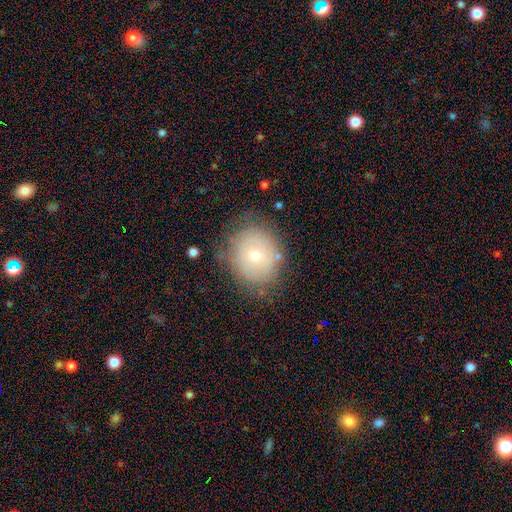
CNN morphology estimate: smooth-or-featured: smooth: 63% | featured or disk: 27% | star or artifact: 10%
  how-rounded: round: 65% | in between: 34% | cigar-shaped: 1%
  merging: none: 73% | minor disturbance: 18% | major disturbance: 6% | merger: 2%